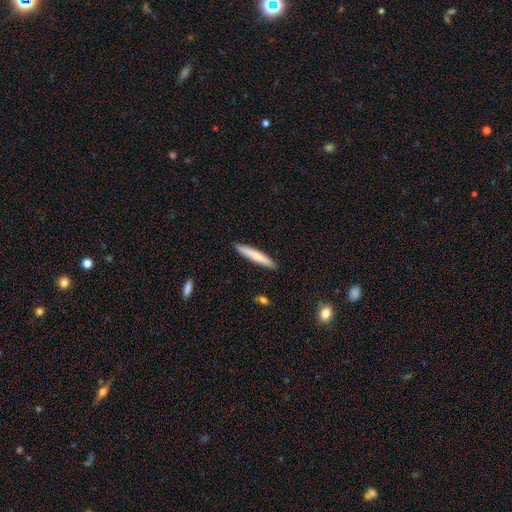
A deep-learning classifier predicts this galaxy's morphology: Overall: smooth (72%). How rounded: cigar-shaped (93%). Merging: none (90%).